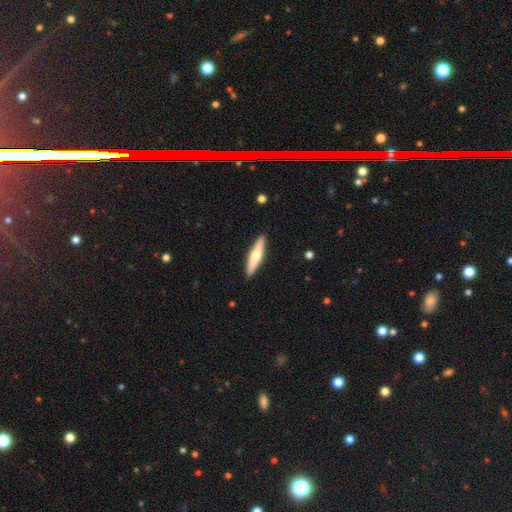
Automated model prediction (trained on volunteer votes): smooth-or-featured: smooth: 52% | featured or disk: 43% | star or artifact: 5%
  how-rounded: cigar-shaped: 82% | in between: 17% | round: 2%
  merging: none: 90% | minor disturbance: 7% | major disturbance: 1% | merger: 1%